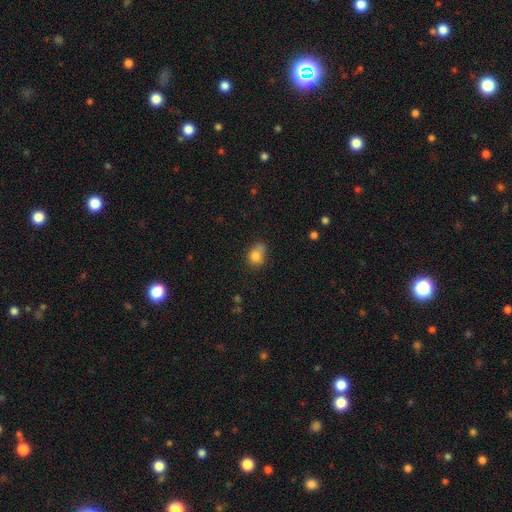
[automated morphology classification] type=smooth (79%); roundness=round (50%); merging=none (40%).